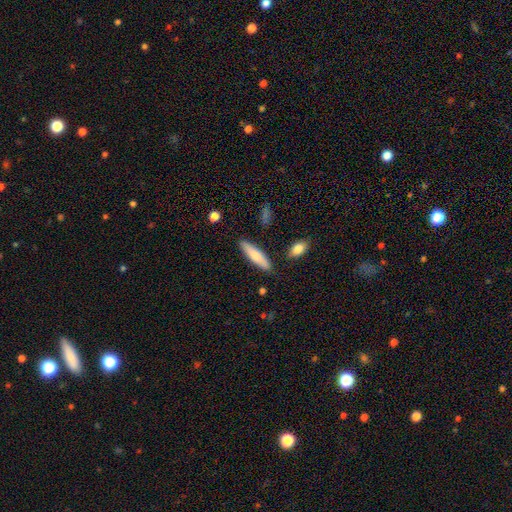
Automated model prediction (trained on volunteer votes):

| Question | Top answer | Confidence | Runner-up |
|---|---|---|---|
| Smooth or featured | smooth | 72% | featured or disk (23%) |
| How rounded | cigar-shaped | 72% | in between (26%) |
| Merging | none | 86% | minor disturbance (9%) |